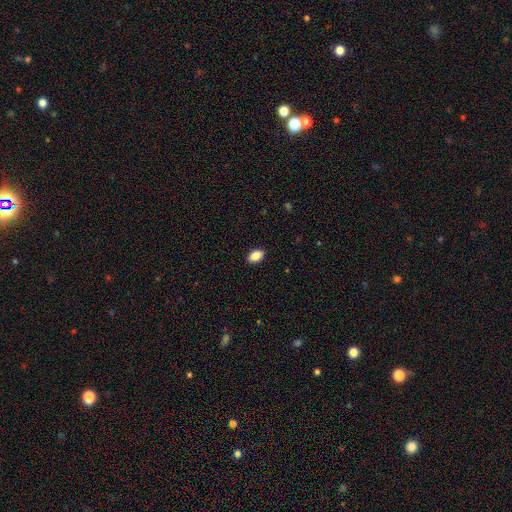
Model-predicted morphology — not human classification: A smooth galaxy with no disk features (87%) that is in between round and cigar-shaped (90%). Merging: none (90%).